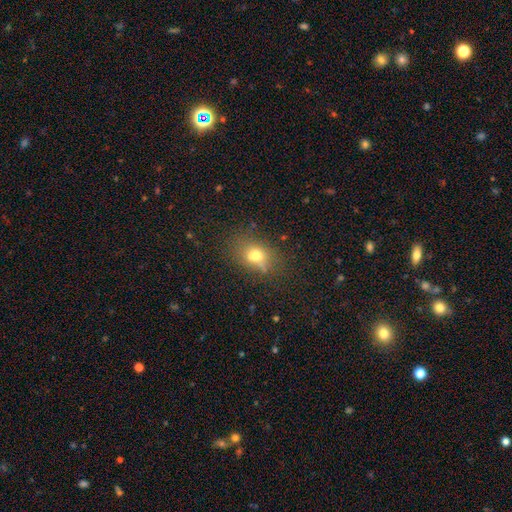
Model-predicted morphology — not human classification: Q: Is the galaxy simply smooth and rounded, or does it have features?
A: smooth — 68%.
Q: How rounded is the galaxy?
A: in between — 60%.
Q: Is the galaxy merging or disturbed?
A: none — 57%.